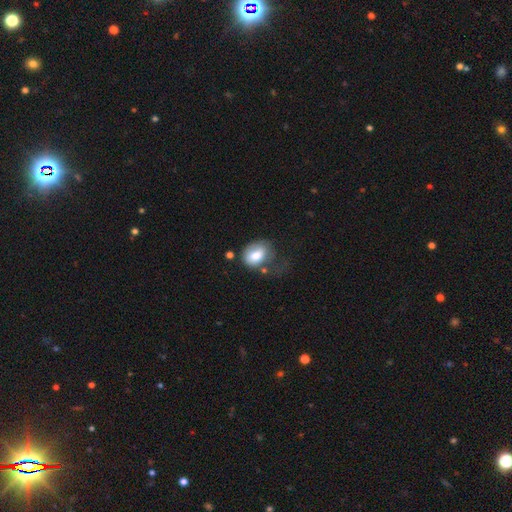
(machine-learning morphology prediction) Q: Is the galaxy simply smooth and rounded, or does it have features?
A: smooth — 75%.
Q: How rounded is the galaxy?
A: in between — 64%.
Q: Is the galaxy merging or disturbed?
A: major disturbance — 34%.